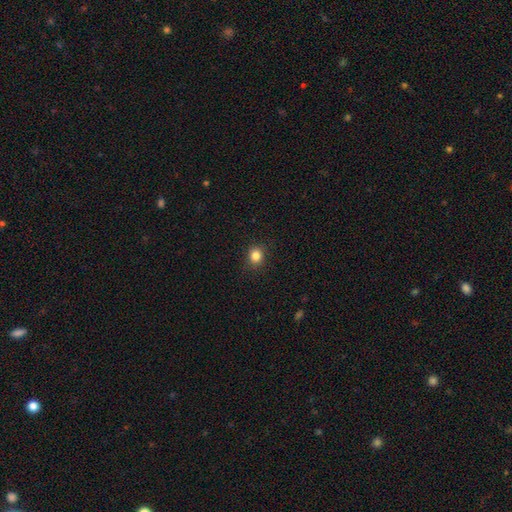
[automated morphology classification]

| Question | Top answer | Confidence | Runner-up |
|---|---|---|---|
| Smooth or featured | smooth | 84% | star or artifact (12%) |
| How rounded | round | 81% | in between (18%) |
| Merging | none | 90% | minor disturbance (7%) |